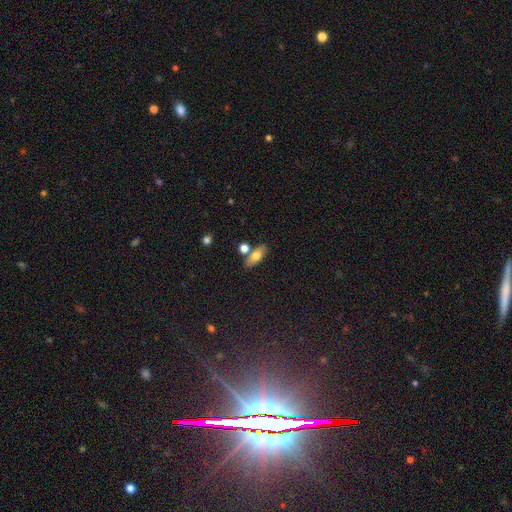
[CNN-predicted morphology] A smooth galaxy with no disk features (72%) that is in between round and cigar-shaped (76%).

Vote fractions:
- Smooth or featured? smooth: 72% / featured or disk: 19% / star or artifact: 8%
- How rounded? in between: 76% / cigar-shaped: 19% / round: 5%
- Merging? none: 74% / merger: 13% / minor disturbance: 11% / major disturbance: 3%